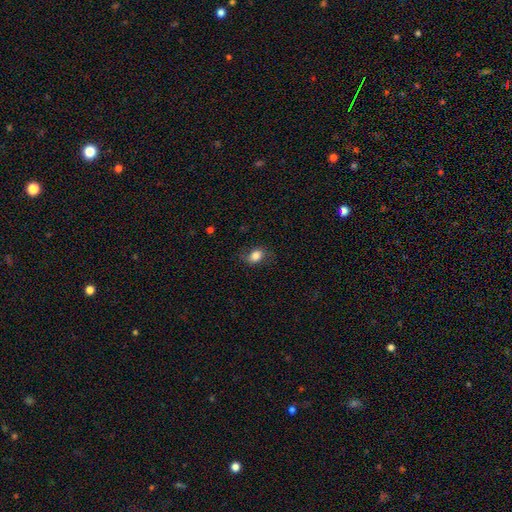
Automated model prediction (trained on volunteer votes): smooth-or-featured: smooth: 81% | featured or disk: 10% | star or artifact: 9%
  how-rounded: in between: 72% | round: 27% | cigar-shaped: 1%
  merging: none: 72% | minor disturbance: 19% | major disturbance: 7% | merger: 1%